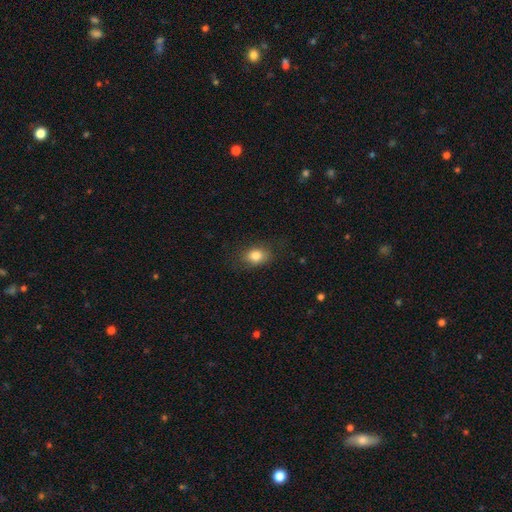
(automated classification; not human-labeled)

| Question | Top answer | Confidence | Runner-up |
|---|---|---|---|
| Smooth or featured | smooth | 82% | star or artifact (10%) |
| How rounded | in between | 69% | round (30%) |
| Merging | none | 79% | minor disturbance (15%) |